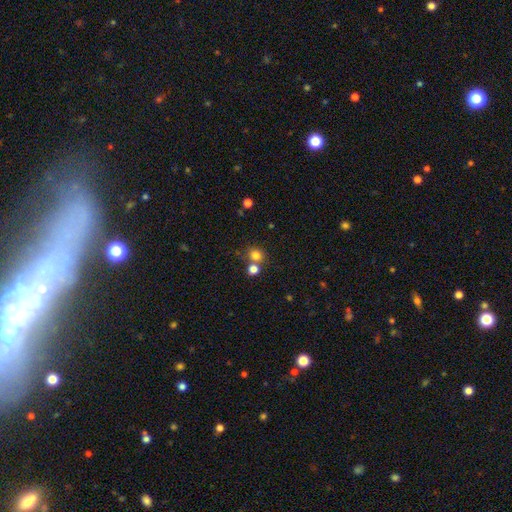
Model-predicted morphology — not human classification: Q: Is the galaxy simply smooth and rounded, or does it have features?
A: smooth — 79%.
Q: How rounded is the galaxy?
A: round — 81%.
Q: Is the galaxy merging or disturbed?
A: none — 59%.